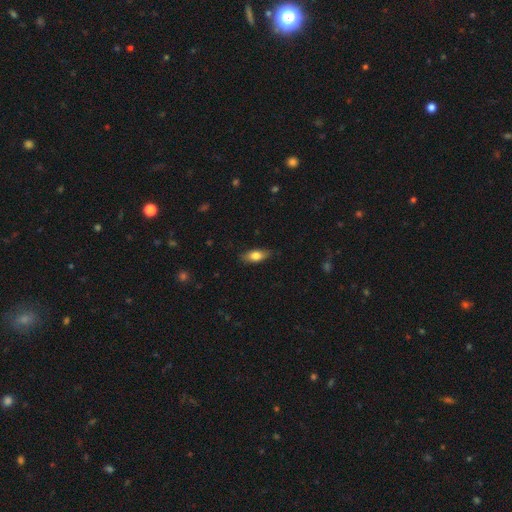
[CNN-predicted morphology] This is likely a smooth galaxy (74%). How rounded: likely in between (79%). Merging: clearly none (83%).